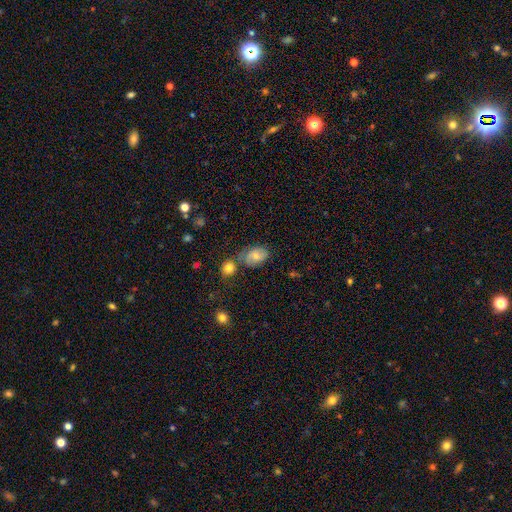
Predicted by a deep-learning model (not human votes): smooth 62%, featured or disk 28%, star or artifact 10%. Down the decision tree: how rounded — in between (80%); merging — none (53%).